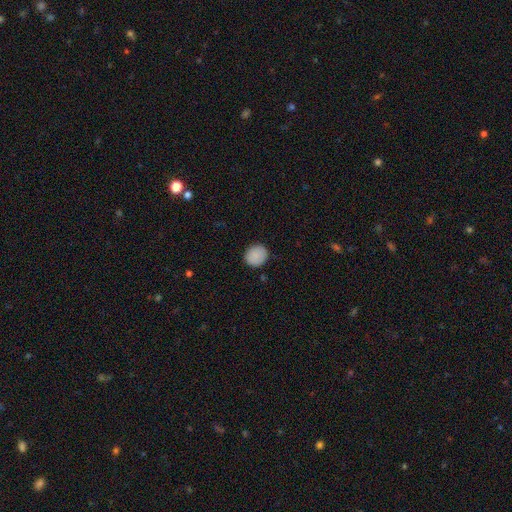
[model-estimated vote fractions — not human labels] The model was most divided on "how rounded": round: 78%, in between: 21%, cigar-shaped: 1%. More confident: smooth or featured — smooth (89%); merging — none (88%).